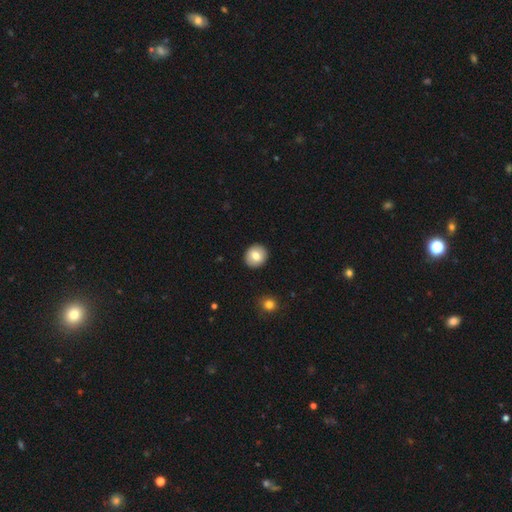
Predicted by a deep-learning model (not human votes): The model was most divided on "smooth or featured": smooth: 77%, featured or disk: 15%, star or artifact: 8%. More confident: merging — none (92%); how rounded — round (87%).